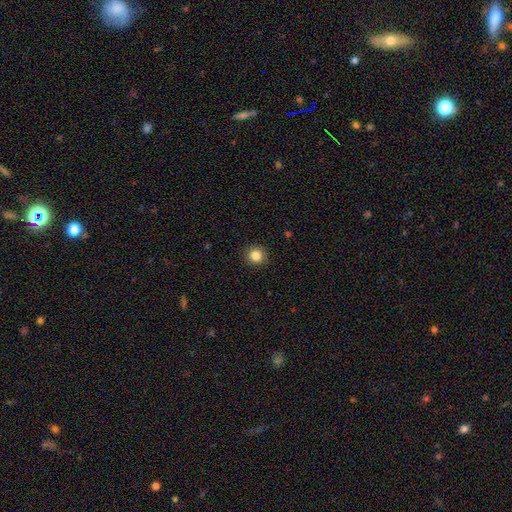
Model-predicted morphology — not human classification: type=smooth (84%); roundness=round (91%); merging=none (91%).